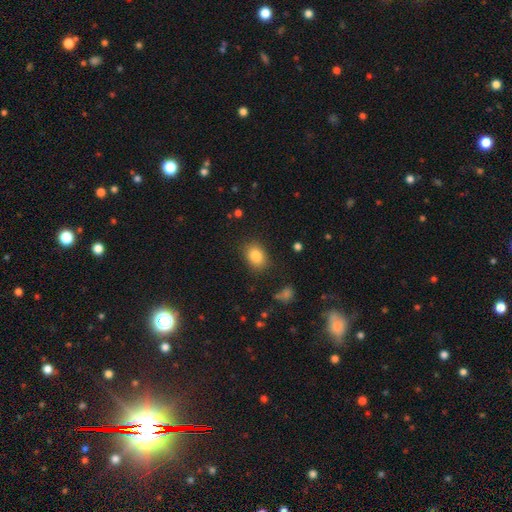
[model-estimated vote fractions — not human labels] Smooth or featured?
  - smooth: 84% *
  - star or artifact: 9%
  - featured or disk: 6%
How rounded?
  - in between: 68% *
  - round: 31%
  - cigar-shaped: 1%
Merging?
  - none: 83% *
  - minor disturbance: 12%
  - major disturbance: 4%
  - merger: 2%